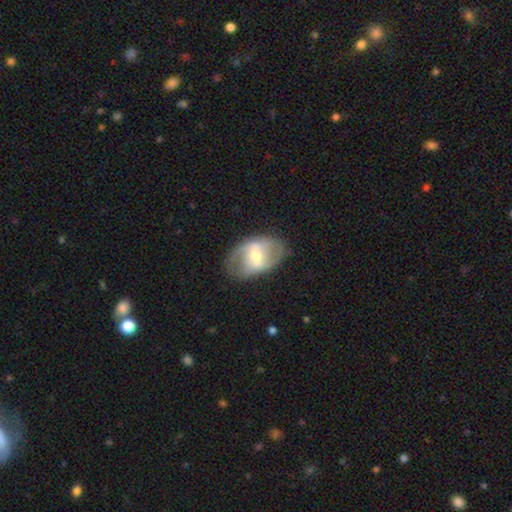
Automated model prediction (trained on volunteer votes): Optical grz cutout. It shows a featured or disk galaxy (69%) with a weak bar (41%), spiral arms (64%) and a moderate central bulge (61%). Merging: none (75%).